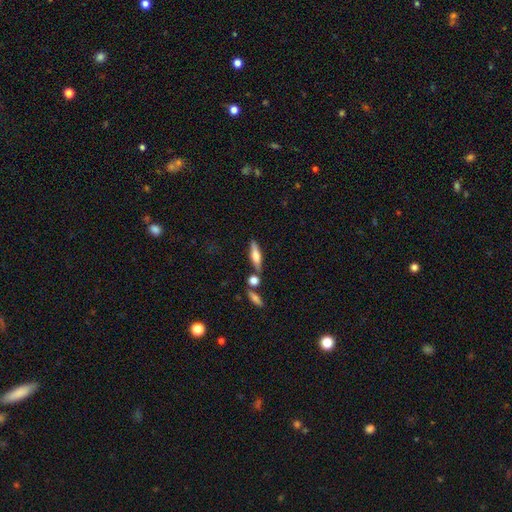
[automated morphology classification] Overall: smooth (50%; featured or disk 43%). How rounded: cigar-shaped (66%; in between 31%). Merging: none (73%).